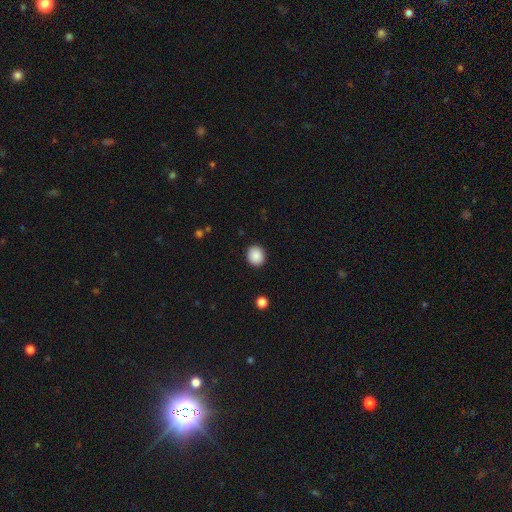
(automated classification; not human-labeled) This appears to be a smooth galaxy with no disk features (89%) that is round (77%). Merging: none (91%).